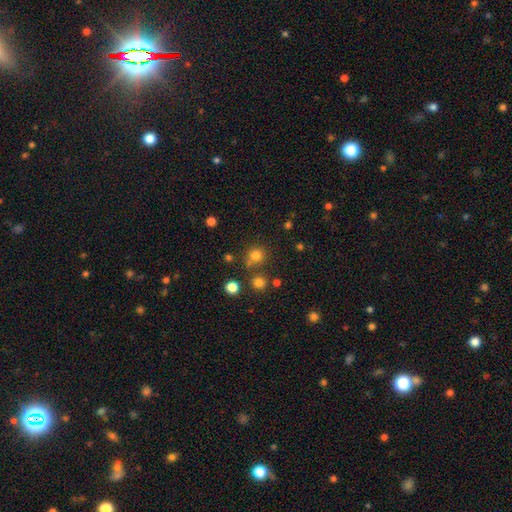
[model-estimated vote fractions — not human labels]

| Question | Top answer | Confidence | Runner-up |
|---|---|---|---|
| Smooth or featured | smooth | 76% | star or artifact (18%) |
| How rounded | round | 90% | in between (9%) |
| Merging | none | 71% | merger (15%) |